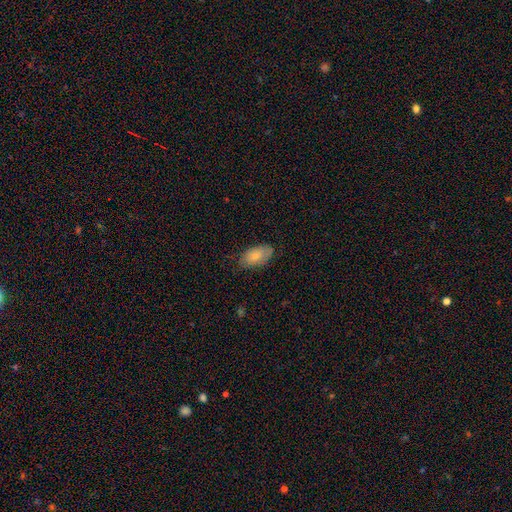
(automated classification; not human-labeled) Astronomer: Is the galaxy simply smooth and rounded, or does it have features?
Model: smooth — 78%.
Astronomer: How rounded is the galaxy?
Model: in between — 93%.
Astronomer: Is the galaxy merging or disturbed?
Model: none — 76%.